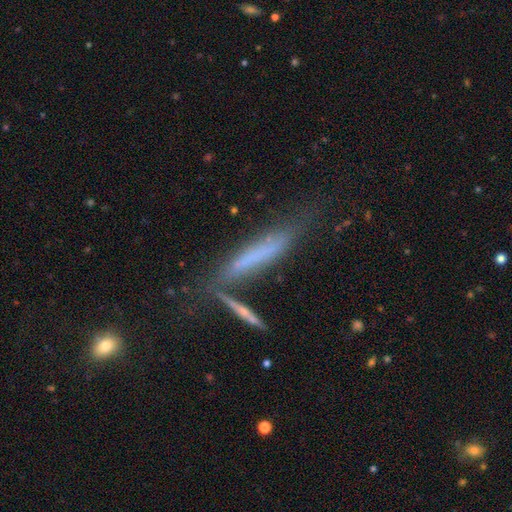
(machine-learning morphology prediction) A smooth galaxy with no disk features (51%) that is cigar-shaped (86%).

Vote fractions:
- Smooth or featured? smooth: 51% / featured or disk: 38% / star or artifact: 11%
- How rounded? cigar-shaped: 86% / in between: 12% / round: 2%
- Merging? none: 48% / minor disturbance: 20% / merger: 20% / major disturbance: 11%